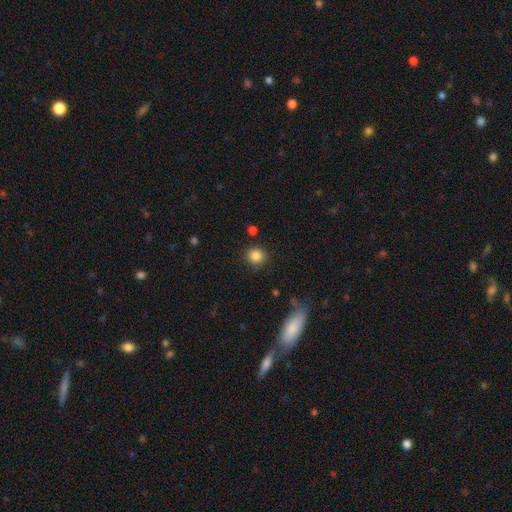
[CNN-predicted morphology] A smooth galaxy with no disk features (85%) that is round (89%).

Vote fractions:
- Smooth or featured? smooth: 85% / star or artifact: 10% / featured or disk: 4%
- How rounded? round: 89% / in between: 10% / cigar-shaped: 1%
- Merging? none: 86% / minor disturbance: 9% / merger: 3% / major disturbance: 3%